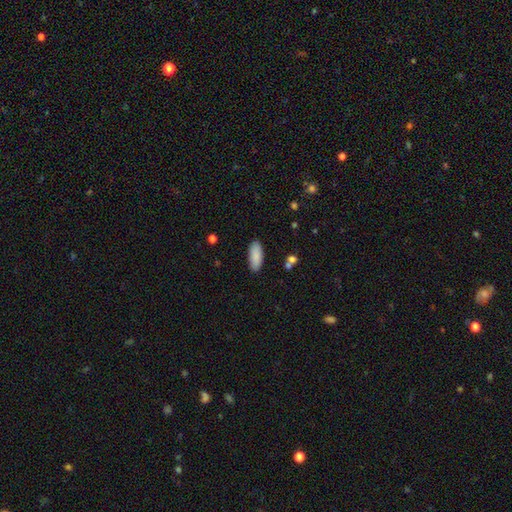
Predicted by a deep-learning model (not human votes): Morphology: type=smooth (89%); roundness=in between (82%); merging=none (88%).